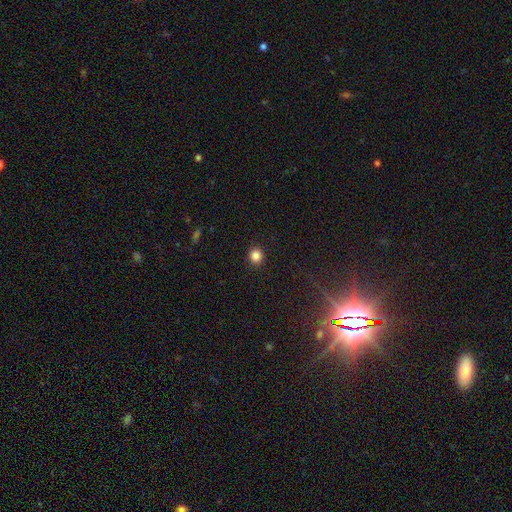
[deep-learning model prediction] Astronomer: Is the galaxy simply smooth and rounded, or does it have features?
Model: smooth — 84%.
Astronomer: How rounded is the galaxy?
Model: round — 91%.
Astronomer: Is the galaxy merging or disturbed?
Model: none — 92%.